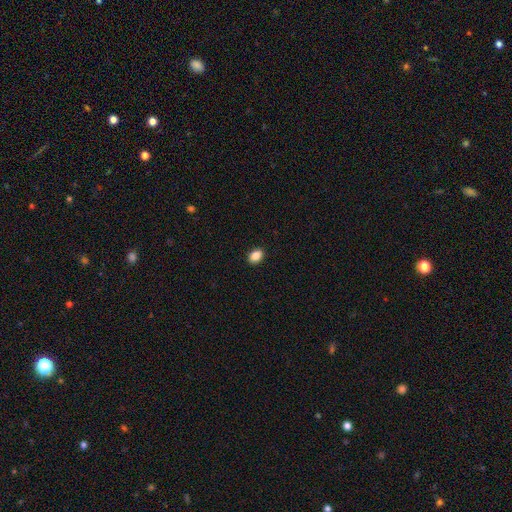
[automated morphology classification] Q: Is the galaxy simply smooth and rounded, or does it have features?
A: smooth — 87%.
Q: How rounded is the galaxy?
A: in between — 75%.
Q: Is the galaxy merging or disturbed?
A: none — 91%.